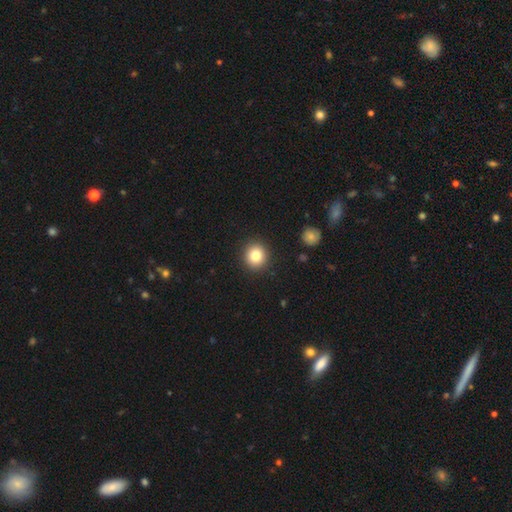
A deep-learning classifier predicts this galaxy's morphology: Smooth or featured: smooth — 82% (star or artifact — 11%)
How rounded: round — 90% (in between — 9%)
Merging: none — 91% (minor disturbance — 5%)